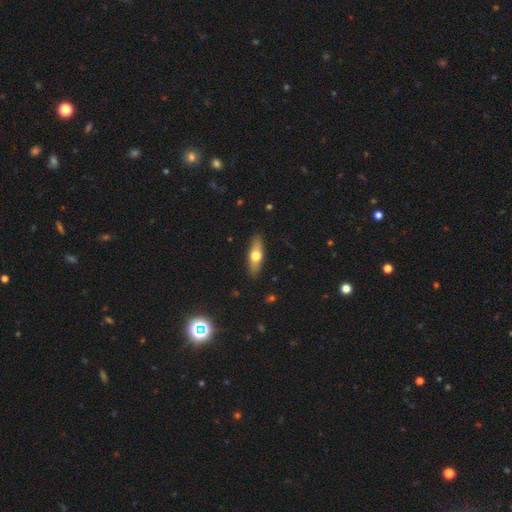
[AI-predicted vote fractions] A smooth galaxy with no disk features (55%) that is in between round and cigar-shaped (53%). Merging: none (88%).